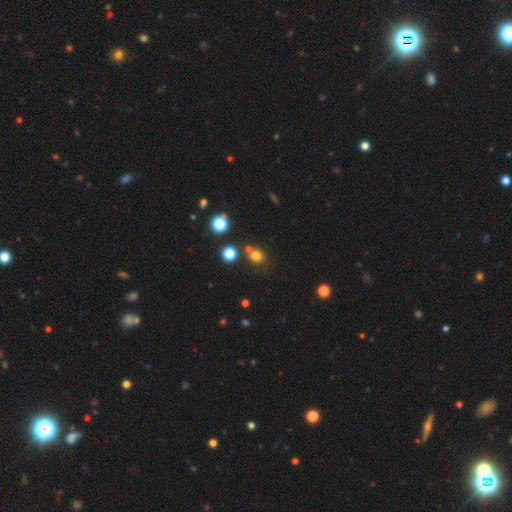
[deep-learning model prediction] Morphology: type=smooth (74%); roundness=round (85%); merging=none (70%).